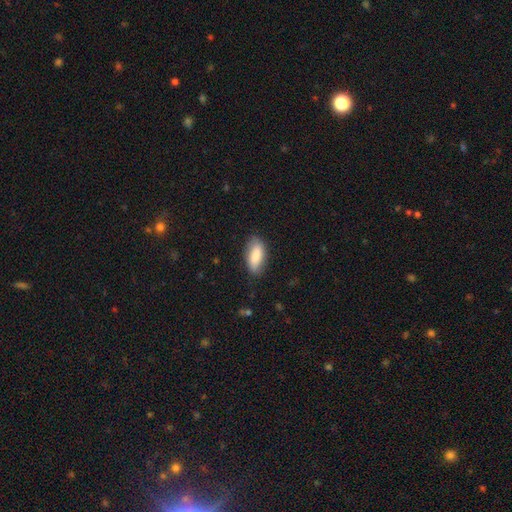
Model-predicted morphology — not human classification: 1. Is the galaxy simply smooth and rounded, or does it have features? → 85% smooth, 9% featured or disk, 6% star or artifact.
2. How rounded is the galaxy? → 83% in between, 15% cigar-shaped, 2% round.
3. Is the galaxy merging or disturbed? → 81% none, 15% minor disturbance, 3% major disturbance, 1% merger.